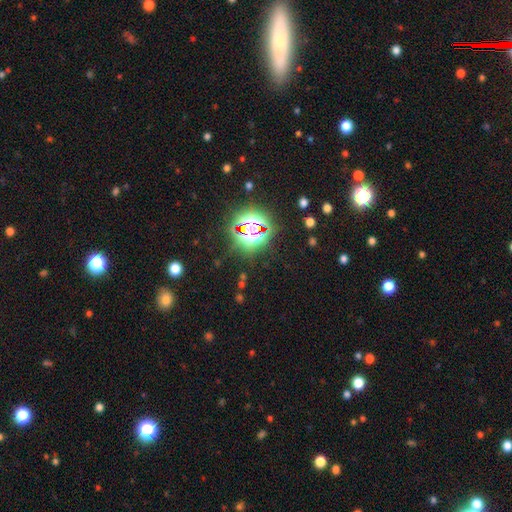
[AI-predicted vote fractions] This appears to be a star or artifact, not a galaxy (73%).